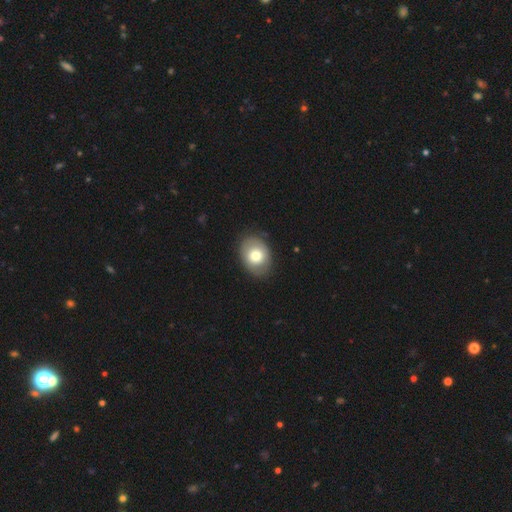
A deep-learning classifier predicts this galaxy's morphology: Overall: smooth (72%). How rounded: in between (67%; round 32%). Merging: none (83%).